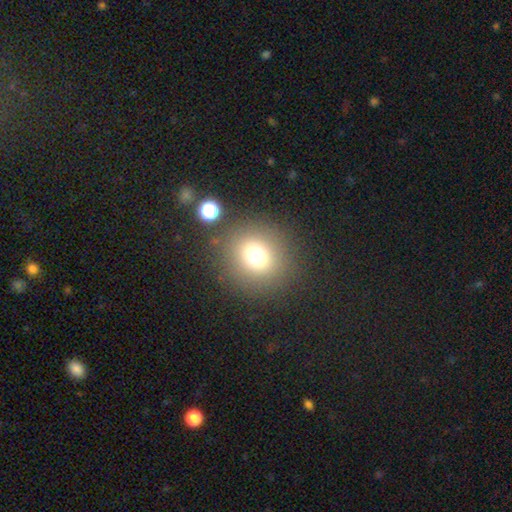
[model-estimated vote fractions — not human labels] This is likely a smooth galaxy (71%). How rounded: clearly round (85%). Merging: clearly none (83%).